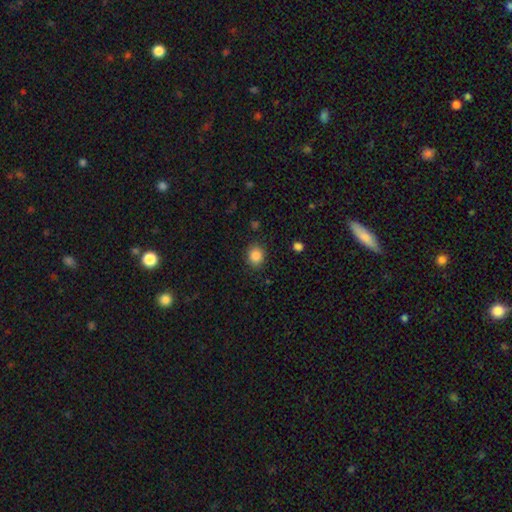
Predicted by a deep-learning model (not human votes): Overall: smooth (85%). How rounded: round (74%). Merging: none (88%).